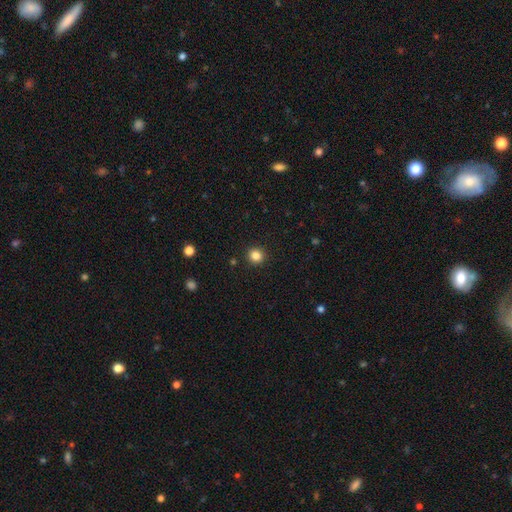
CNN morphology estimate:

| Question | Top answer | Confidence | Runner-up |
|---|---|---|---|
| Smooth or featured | smooth | 84% | star or artifact (12%) |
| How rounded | round | 92% | in between (7%) |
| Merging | none | 92% | minor disturbance (5%) |